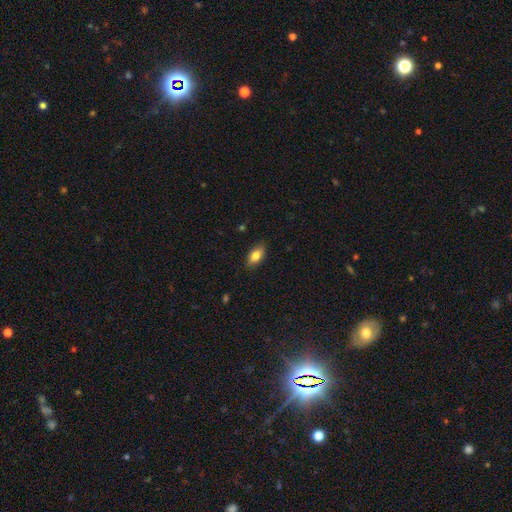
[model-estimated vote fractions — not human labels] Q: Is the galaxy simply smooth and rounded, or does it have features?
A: smooth — 79%.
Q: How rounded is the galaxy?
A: in between — 87%.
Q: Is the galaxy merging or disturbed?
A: none — 84%.